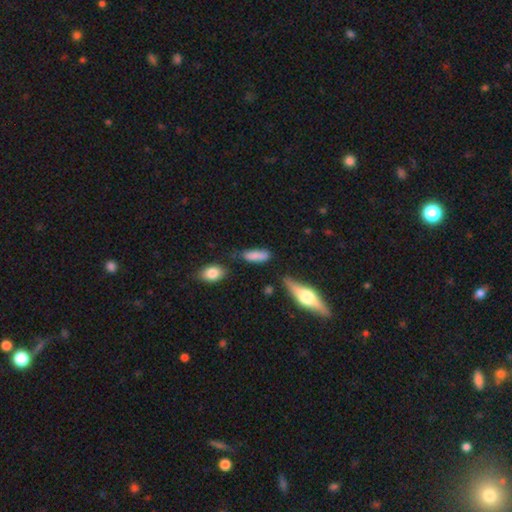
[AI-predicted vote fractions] smooth_or_featured: smooth (p=0.81) [alt: featured or disk p=0.11]
how_rounded: in between (p=0.56) [alt: cigar-shaped p=0.42]
merging: none (p=0.59) [alt: minor disturbance p=0.25]